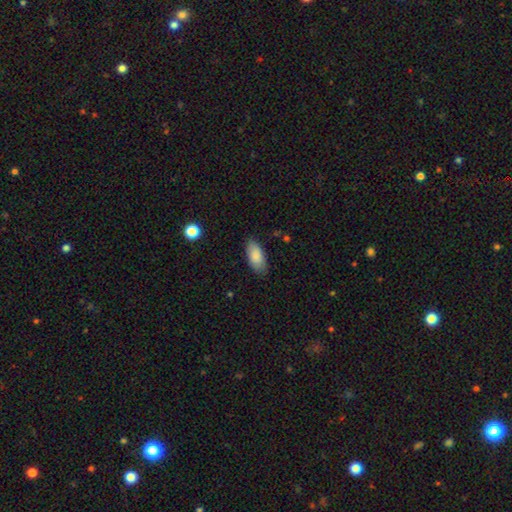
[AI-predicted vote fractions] smooth_or_featured: smooth (p=0.86) [alt: featured or disk p=0.08]
how_rounded: in between (p=0.91) [alt: cigar-shaped p=0.07]
merging: none (p=0.82) [alt: minor disturbance p=0.14]